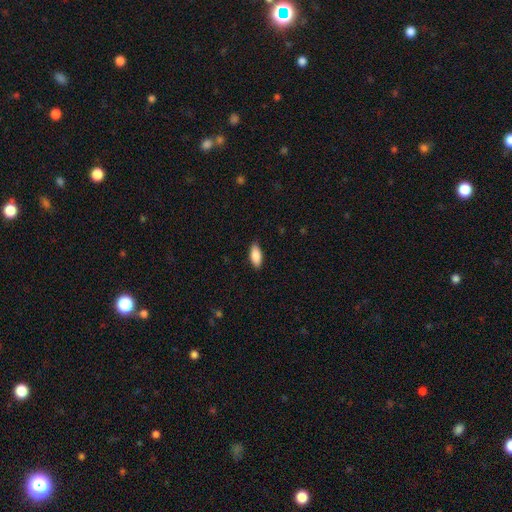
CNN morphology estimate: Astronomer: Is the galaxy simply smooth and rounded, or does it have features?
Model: smooth — 87%.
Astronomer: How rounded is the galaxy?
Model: in between — 84%.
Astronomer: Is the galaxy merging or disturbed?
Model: none — 87%.